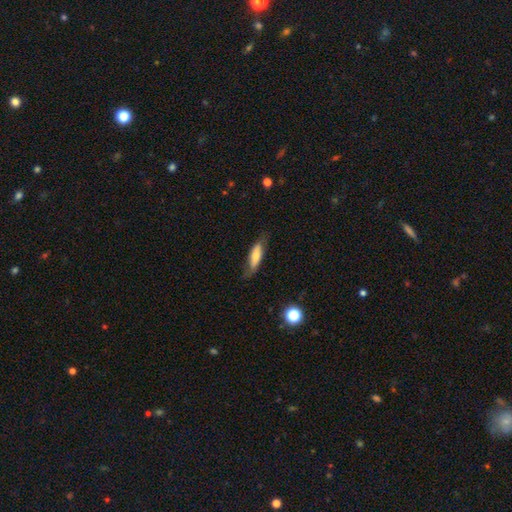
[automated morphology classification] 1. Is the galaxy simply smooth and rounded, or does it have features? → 64% smooth, 29% featured or disk, 6% star or artifact.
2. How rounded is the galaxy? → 56% cigar-shaped, 42% in between, 2% round.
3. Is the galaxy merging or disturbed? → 68% none, 23% minor disturbance, 7% major disturbance, 2% merger.